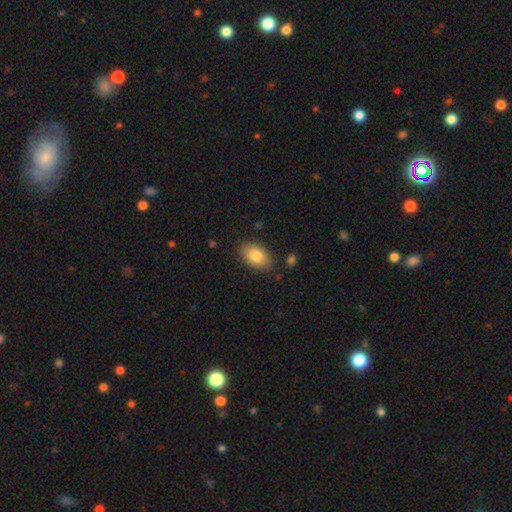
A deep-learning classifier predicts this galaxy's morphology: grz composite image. It shows a smooth galaxy with no disk features (83%) that is in between round and cigar-shaped (91%). Merging: none (84%).